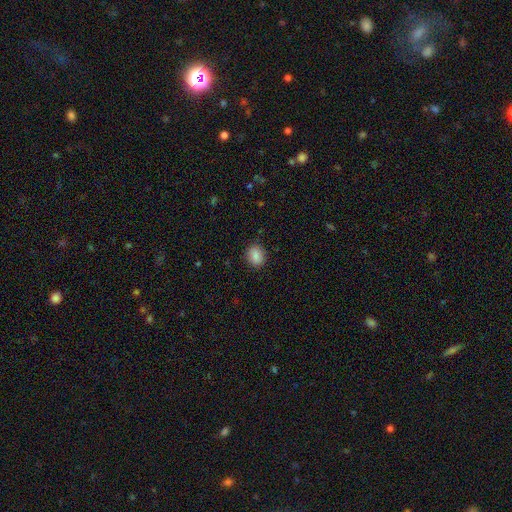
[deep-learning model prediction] Smooth or featured? Predicted: smooth (p=0.87). How rounded? Predicted: round (p=0.50). Merging? Predicted: none (p=0.88).